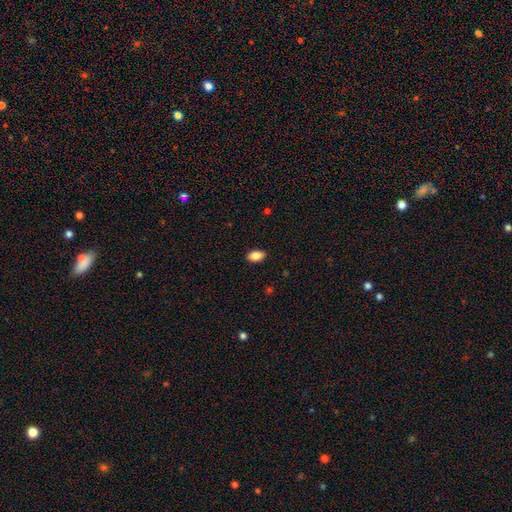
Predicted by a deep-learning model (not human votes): This is clearly a smooth galaxy (86%). How rounded: clearly in between (90%). Merging: clearly none (88%).